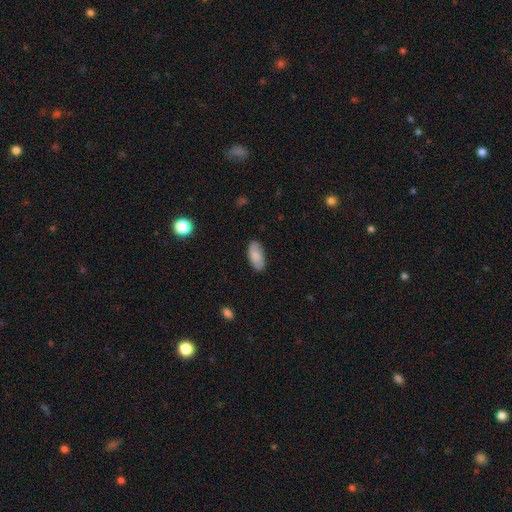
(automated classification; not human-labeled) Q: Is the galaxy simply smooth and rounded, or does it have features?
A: smooth — 84%.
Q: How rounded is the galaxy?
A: in between — 92%.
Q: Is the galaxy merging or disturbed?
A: none — 84%.